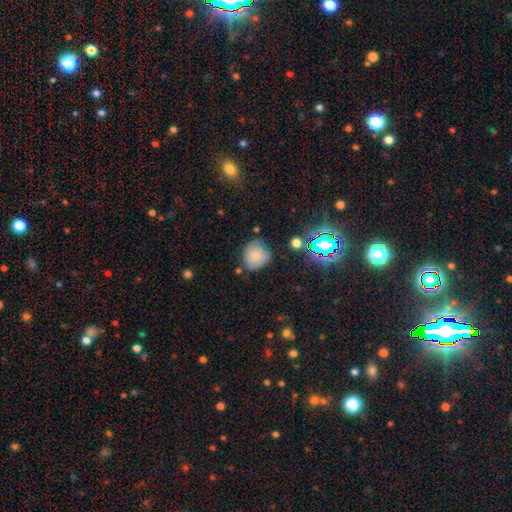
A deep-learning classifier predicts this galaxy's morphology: smooth-or-featured: smooth: 74% | featured or disk: 14% | star or artifact: 12%
  how-rounded: round: 78% | in between: 21% | cigar-shaped: 1%
  merging: none: 63% | minor disturbance: 26% | merger: 6% | major disturbance: 5%